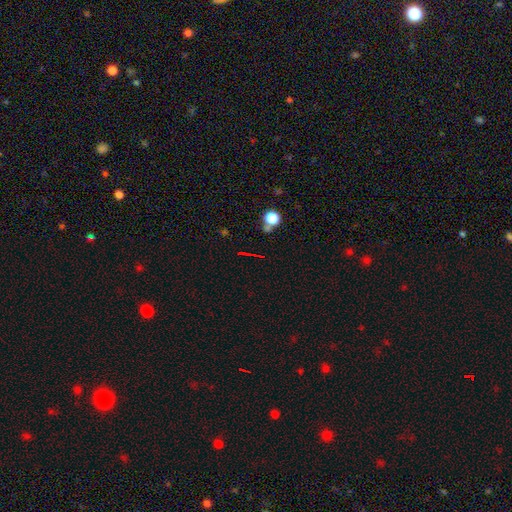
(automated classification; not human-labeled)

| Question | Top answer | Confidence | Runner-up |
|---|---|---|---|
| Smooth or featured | star or artifact | 60% | smooth (25%) |